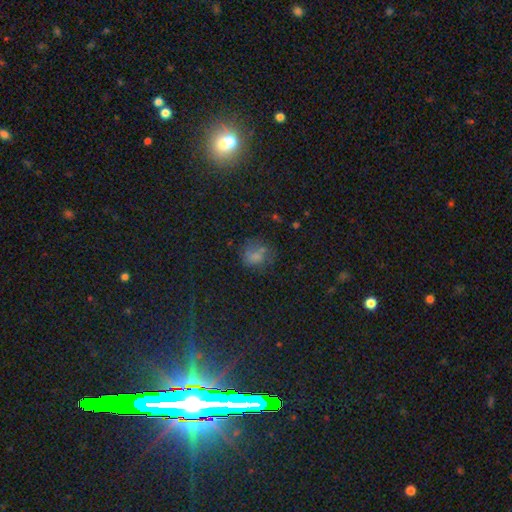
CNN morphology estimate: The model was most divided on "merging": none: 51%, minor disturbance: 22%, major disturbance: 16%, merger: 11%. More confident: how rounded — round (67%); smooth or featured — smooth (60%).